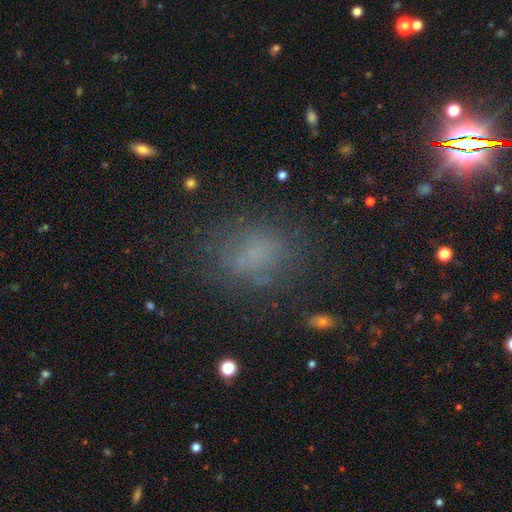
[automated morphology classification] Overall: smooth (61%; star or artifact 25%). How rounded: in between (62%; round 35%). Merging: none (70%).